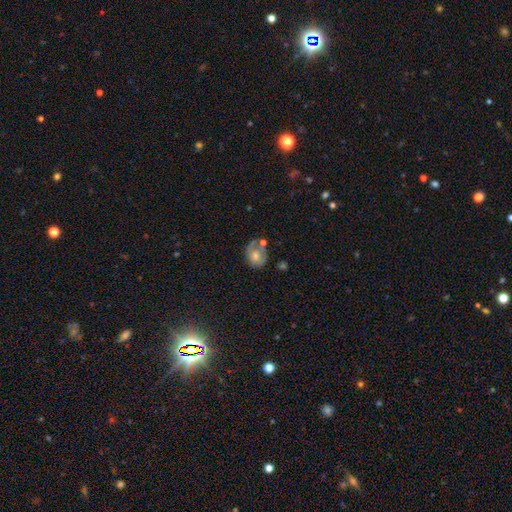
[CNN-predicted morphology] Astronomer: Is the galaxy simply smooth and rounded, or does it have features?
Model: smooth — 57% (runner-up: featured or disk, 34%).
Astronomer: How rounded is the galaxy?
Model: round — 59% (runner-up: in between, 40%).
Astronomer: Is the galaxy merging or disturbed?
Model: none — 41% (runner-up: minor disturbance, 26%).